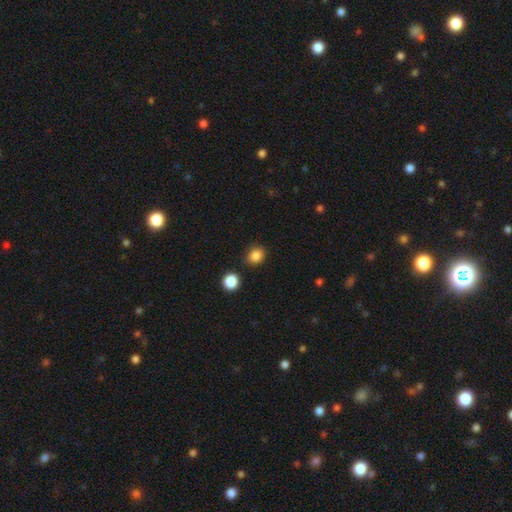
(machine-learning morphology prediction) smooth 85%, star or artifact 11%, featured or disk 3%. Down the decision tree: how rounded — round (73%); merging — none (82%).